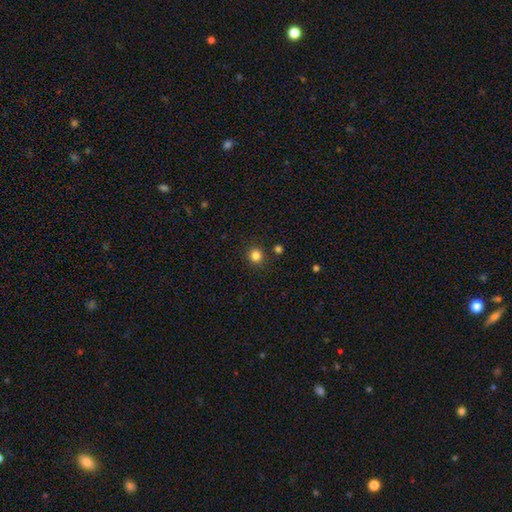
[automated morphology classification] This is clearly a smooth galaxy (83%). How rounded: clearly round (92%). Merging: clearly none (89%).